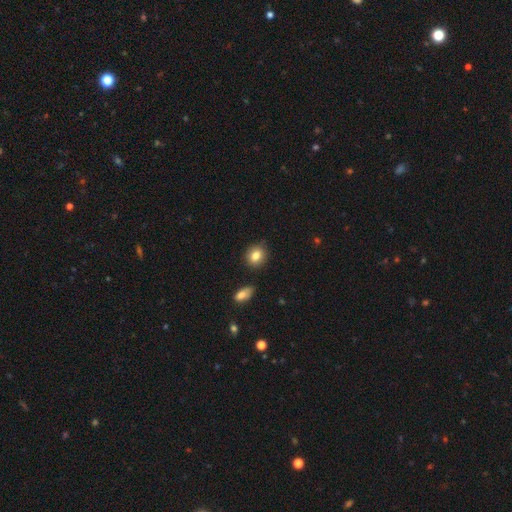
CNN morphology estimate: A smooth galaxy with no disk features (83%) that is round (64%).

Vote fractions:
- Smooth or featured? smooth: 83% / star or artifact: 9% / featured or disk: 8%
- How rounded? round: 64% / in between: 34% / cigar-shaped: 1%
- Merging? none: 82% / minor disturbance: 12% / merger: 3% / major disturbance: 2%